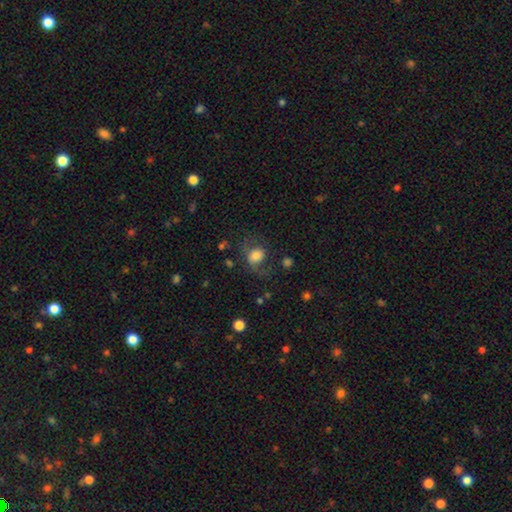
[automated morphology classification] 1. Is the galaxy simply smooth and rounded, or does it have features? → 71% smooth, 20% featured or disk, 9% star or artifact.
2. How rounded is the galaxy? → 59% round, 40% in between, 1% cigar-shaped.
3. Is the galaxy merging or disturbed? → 52% none, 23% major disturbance, 22% minor disturbance, 3% merger.